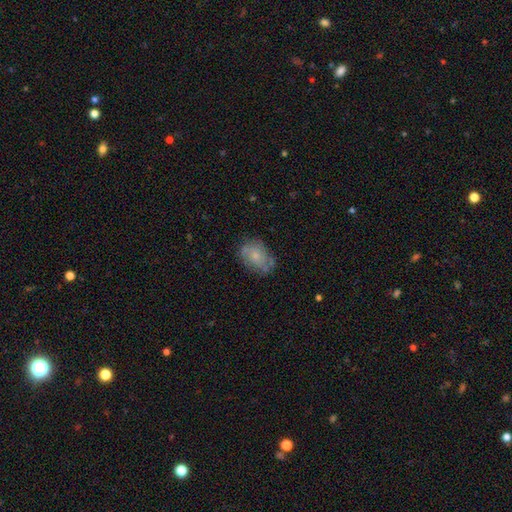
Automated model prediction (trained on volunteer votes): This appears to be a smooth galaxy with no disk features (55%) that is in between round and cigar-shaped (79%). Merging: none (65%).